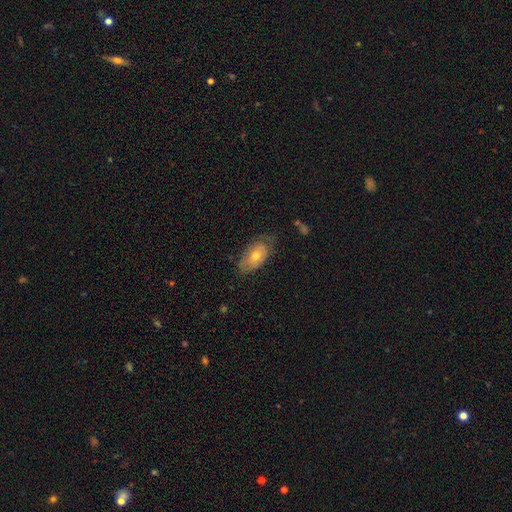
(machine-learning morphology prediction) This is likely a smooth galaxy (60%). How rounded: clearly in between (91%). Merging: possibly none (58%).